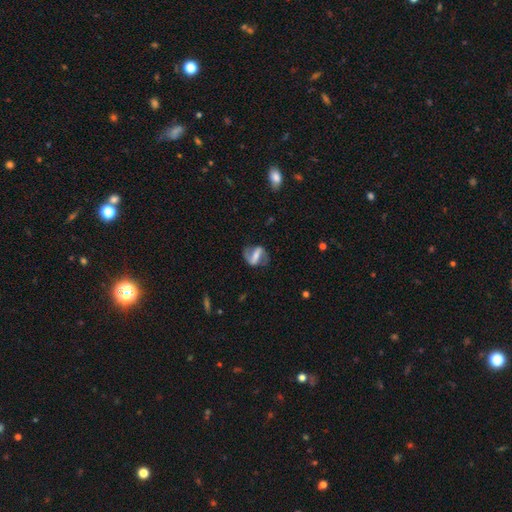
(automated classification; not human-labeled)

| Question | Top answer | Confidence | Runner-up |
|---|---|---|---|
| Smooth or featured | featured or disk | 81% | smooth (13%) |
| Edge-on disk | no | 95% | yes (5%) |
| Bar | strong | 68% | weak (23%) |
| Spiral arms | yes | 89% | no (11%) |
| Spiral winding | medium | 43% | loose (39%) |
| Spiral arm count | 2 | 90% | can't tell (4%) |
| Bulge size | small | 38% | moderate (34%) |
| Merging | none | 78% | minor disturbance (14%) |